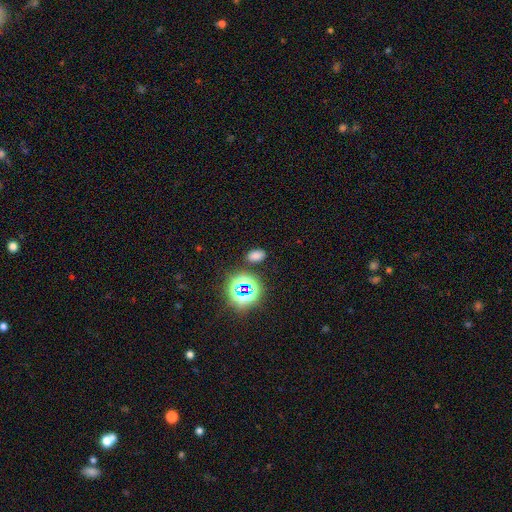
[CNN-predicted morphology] type=smooth (67%); roundness=in between (84%); merging=none (84%).